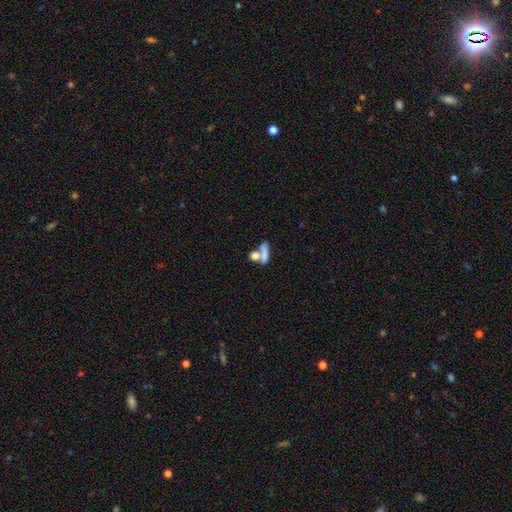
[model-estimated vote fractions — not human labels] Q: Smooth or featured?
A: smooth (73%); runner-up: featured or disk (16%)
Q: How rounded?
A: in between (47%); runner-up: round (31%)
Q: Merging?
A: merger (46%); runner-up: none (38%)